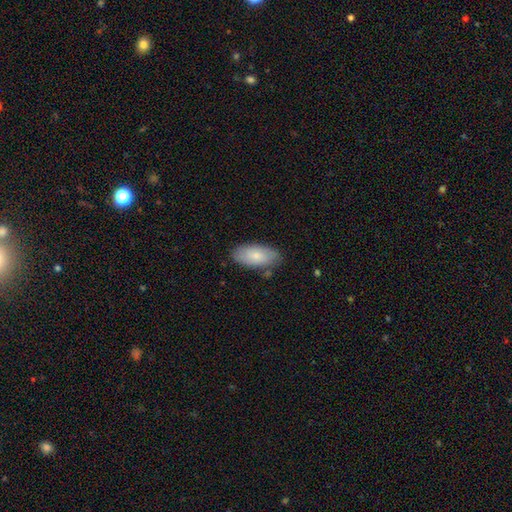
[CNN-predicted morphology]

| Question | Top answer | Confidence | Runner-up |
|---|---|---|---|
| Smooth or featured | smooth | 79% | featured or disk (15%) |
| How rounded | in between | 91% | cigar-shaped (7%) |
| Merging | none | 80% | minor disturbance (15%) |